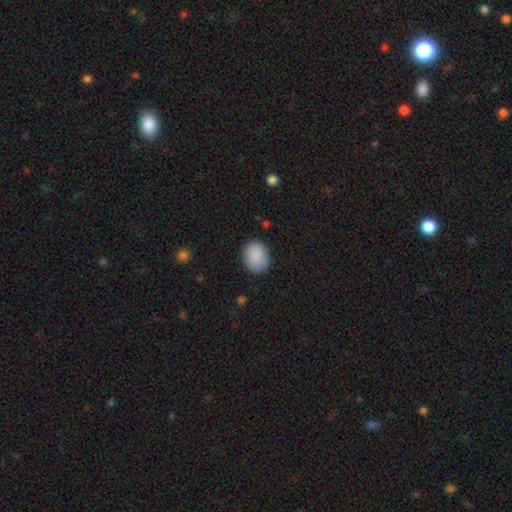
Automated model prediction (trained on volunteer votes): A smooth galaxy with no disk features (89%) that is in between round and cigar-shaped (51%). Merging: none (86%).